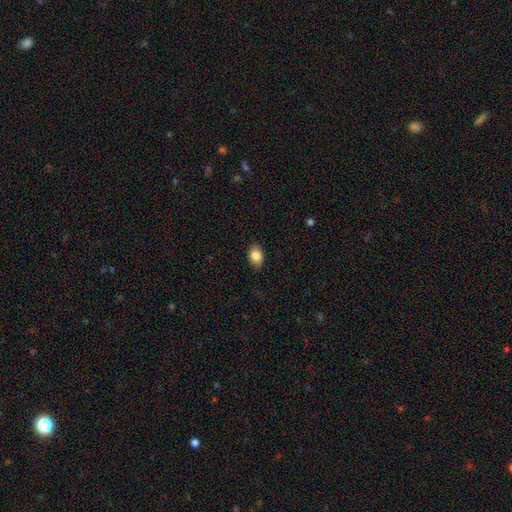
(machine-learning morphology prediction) Q: Smooth or featured?
A: smooth (87%); runner-up: star or artifact (8%)
Q: How rounded?
A: in between (78%); runner-up: round (21%)
Q: Merging?
A: none (87%); runner-up: minor disturbance (10%)